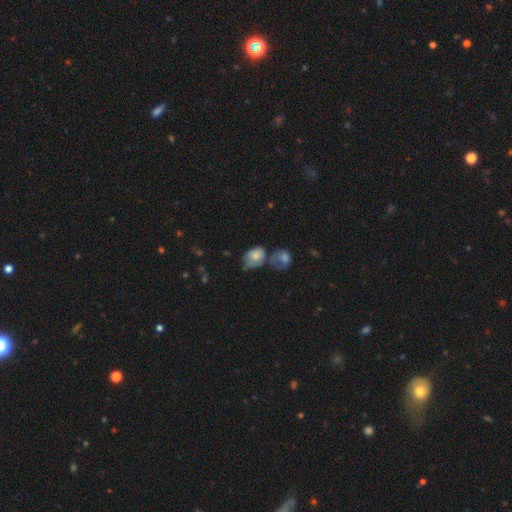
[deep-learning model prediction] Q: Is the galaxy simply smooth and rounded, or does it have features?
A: smooth — 70%.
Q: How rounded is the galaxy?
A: in between — 66%.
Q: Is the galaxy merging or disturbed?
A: merger — 31%.